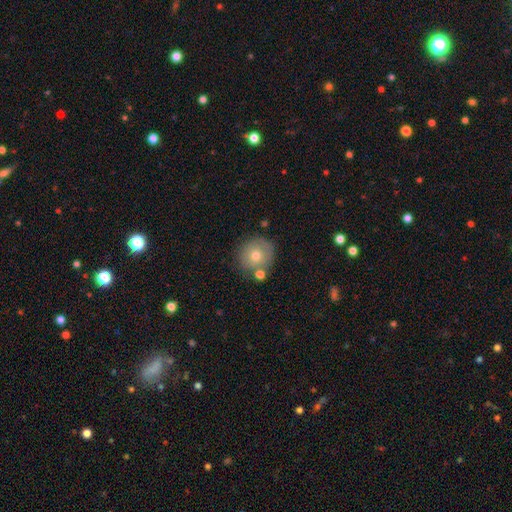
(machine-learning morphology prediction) This appears to be a smooth galaxy with no disk features (72%) that is round (91%). Merging: none (77%).